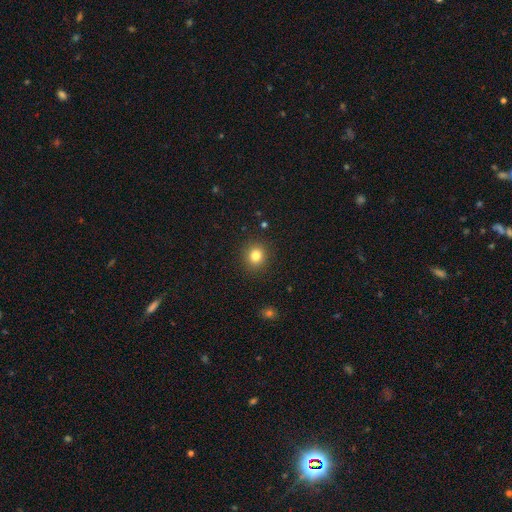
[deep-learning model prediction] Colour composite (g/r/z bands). It shows a smooth galaxy with no disk features (82%) that is round (86%). Merging: none (90%).